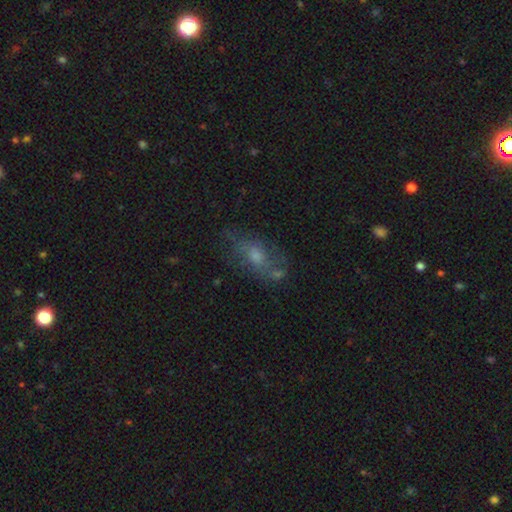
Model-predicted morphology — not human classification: A featured or disk galaxy (42%).

Vote fractions:
- Smooth or featured? featured or disk: 42% / smooth: 36% / star or artifact: 22%
- Merging? none: 62% / minor disturbance: 20% / major disturbance: 11% / merger: 7%